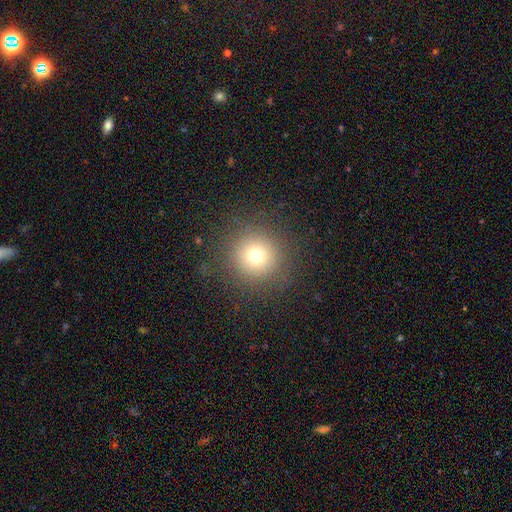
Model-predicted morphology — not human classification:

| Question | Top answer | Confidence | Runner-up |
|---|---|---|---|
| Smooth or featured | smooth | 72% | star or artifact (17%) |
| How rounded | round | 95% | in between (4%) |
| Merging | none | 88% | minor disturbance (7%) |